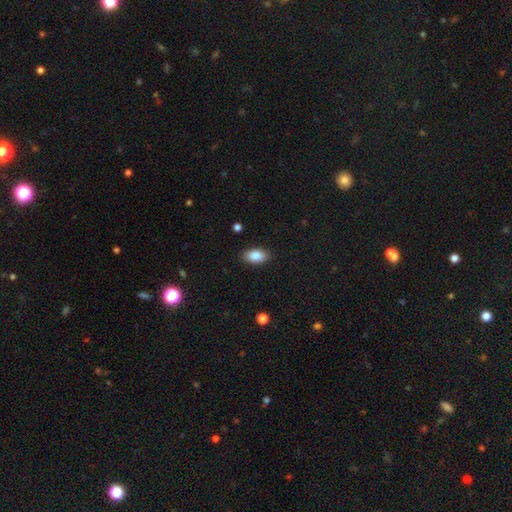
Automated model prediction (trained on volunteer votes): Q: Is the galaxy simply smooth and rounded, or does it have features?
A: smooth — 86%.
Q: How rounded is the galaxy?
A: in between — 92%.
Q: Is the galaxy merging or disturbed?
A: none — 88%.